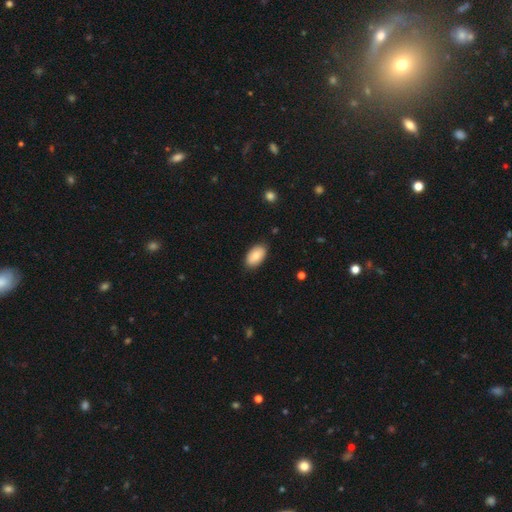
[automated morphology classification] A smooth galaxy with no disk features (83%) that is in between round and cigar-shaped (94%). Merging: none (86%).